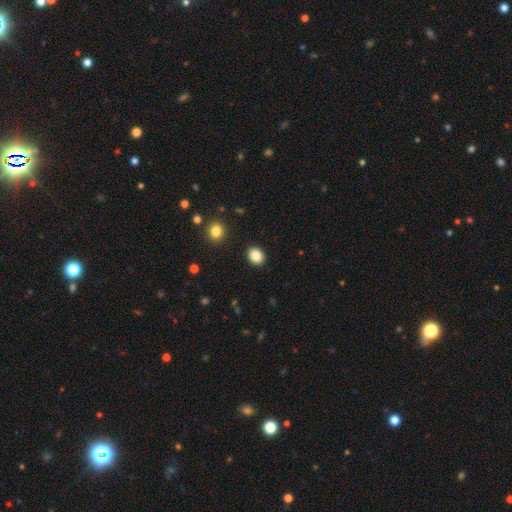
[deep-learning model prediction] Smooth or featured? Predicted: smooth (p=0.86). How rounded? Predicted: round (p=0.63). Merging? Predicted: none (p=0.91).